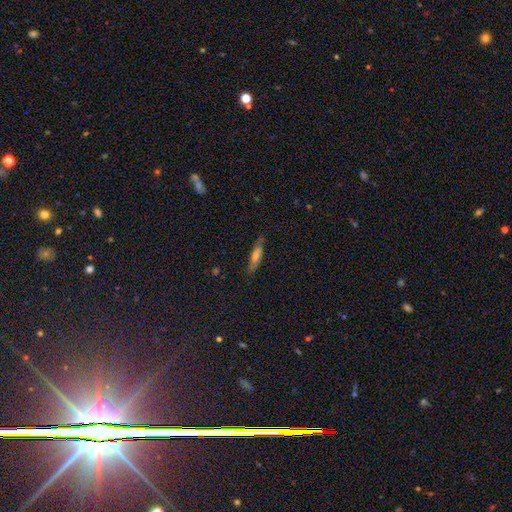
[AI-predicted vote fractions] A smooth galaxy with no disk features (53%) that is cigar-shaped (78%). Merging: none (81%).